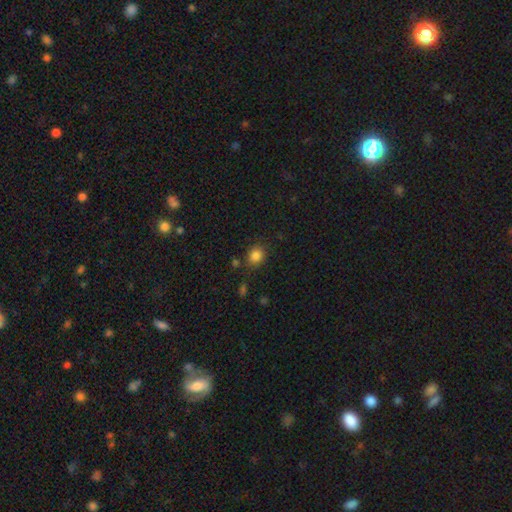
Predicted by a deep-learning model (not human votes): Smooth or featured?
  - smooth: 85% *
  - star or artifact: 11%
  - featured or disk: 4%
How rounded?
  - round: 75% *
  - in between: 24%
  - cigar-shaped: 1%
Merging?
  - none: 79% *
  - minor disturbance: 13%
  - merger: 5%
  - major disturbance: 4%